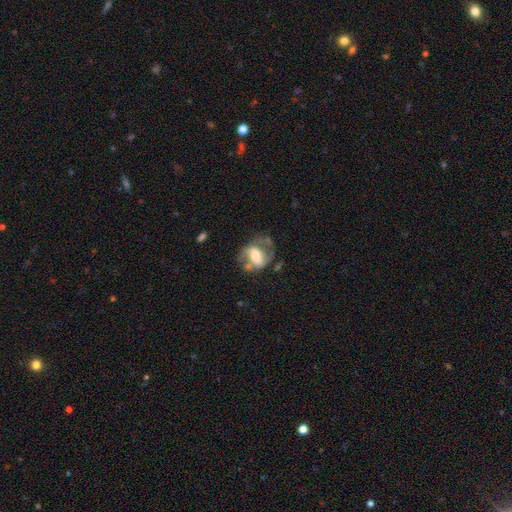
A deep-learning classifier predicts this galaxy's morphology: Smooth or featured?
  - featured or disk: 70% *
  - smooth: 23%
  - star or artifact: 7%
Edge-on disk?
  - no: 96% *
  - yes: 4%
Bar?
  - weak: 37% *
  - strong: 35%
  - no: 29%
Spiral arms?
  - yes: 78% *
  - no: 22%
Spiral winding?
  - medium: 47% *
  - loose: 34%
  - tight: 19%
Spiral arm count?
  - 2: 80% *
  - can't tell: 10%
  - 1: 7%
  - 3: 2%
  - 4: 1%
  - more than 4: 1%
Bulge size?
  - moderate: 55% *
  - small: 27%
  - large: 13%
  - none: 3%
  - dominant: 2%
Merging?
  - none: 49% *
  - minor disturbance: 22%
  - major disturbance: 21%
  - merger: 8%